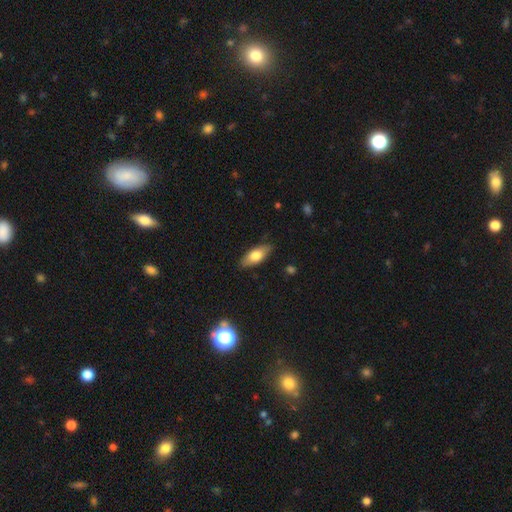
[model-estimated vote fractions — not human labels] Smooth or featured?
  - smooth: 73% *
  - featured or disk: 21%
  - star or artifact: 6%
How rounded?
  - in between: 83% *
  - cigar-shaped: 14%
  - round: 3%
Merging?
  - none: 84% *
  - minor disturbance: 12%
  - major disturbance: 2%
  - merger: 1%